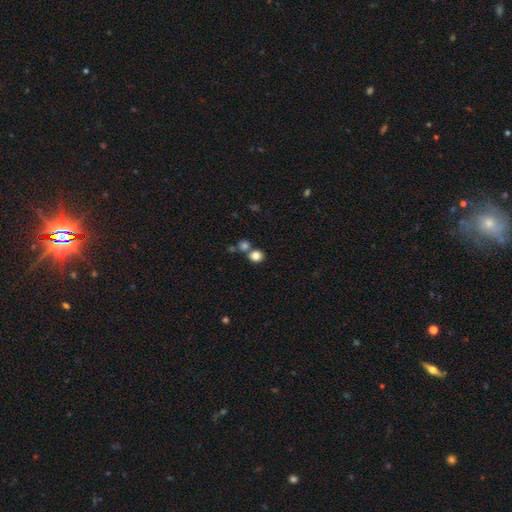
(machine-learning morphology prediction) Smooth or featured?
  - smooth: 82% *
  - star or artifact: 11%
  - featured or disk: 6%
How rounded?
  - round: 79% *
  - in between: 20%
  - cigar-shaped: 1%
Merging?
  - none: 61% *
  - merger: 27%
  - minor disturbance: 8%
  - major disturbance: 3%